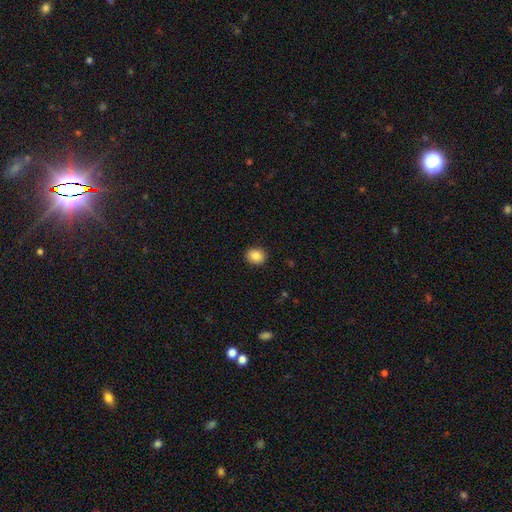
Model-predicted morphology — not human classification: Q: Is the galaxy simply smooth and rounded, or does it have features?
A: smooth — 87%.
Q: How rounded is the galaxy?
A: round — 60%.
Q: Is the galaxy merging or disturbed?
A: none — 90%.